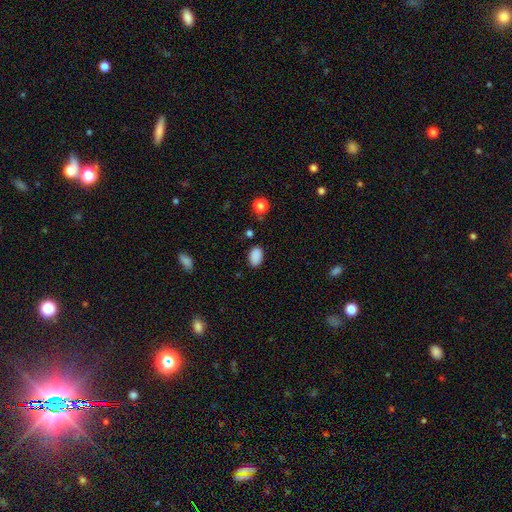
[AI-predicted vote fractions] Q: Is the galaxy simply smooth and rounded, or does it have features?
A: smooth — 88%.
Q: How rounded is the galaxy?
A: in between — 90%.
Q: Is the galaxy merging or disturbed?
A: none — 82%.